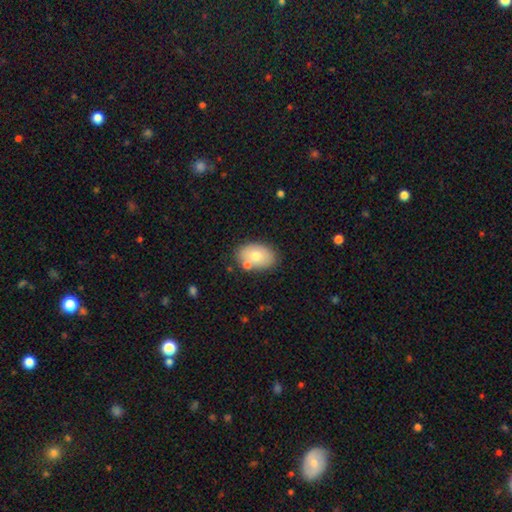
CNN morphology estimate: This appears to be a smooth galaxy with no disk features (72%) that is in between round and cigar-shaped (86%). Merging: none (73%).